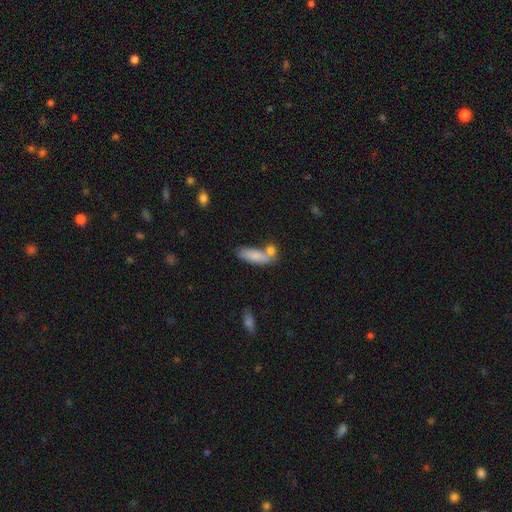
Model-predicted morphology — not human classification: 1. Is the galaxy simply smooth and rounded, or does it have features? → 82% smooth, 12% featured or disk, 7% star or artifact.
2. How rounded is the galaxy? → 60% in between, 36% cigar-shaped, 4% round.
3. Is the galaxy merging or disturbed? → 47% none, 32% merger, 15% minor disturbance, 6% major disturbance.